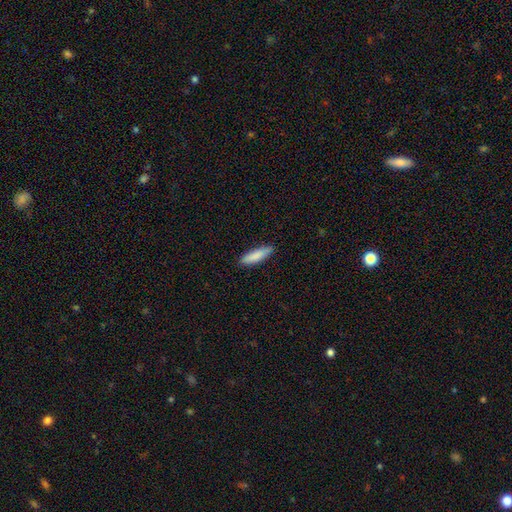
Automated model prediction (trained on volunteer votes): smooth 86%, featured or disk 9%, star or artifact 6%. Down the decision tree: how rounded — cigar-shaped (66%); merging — none (87%).